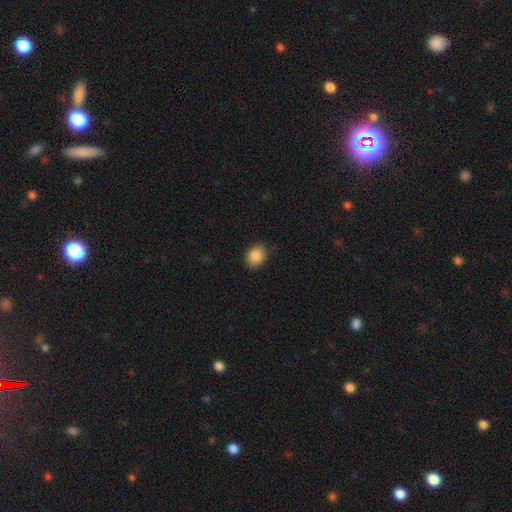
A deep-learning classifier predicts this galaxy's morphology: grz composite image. It shows a smooth galaxy with no disk features (88%) that is in between round and cigar-shaped (58%). Merging: none (85%).